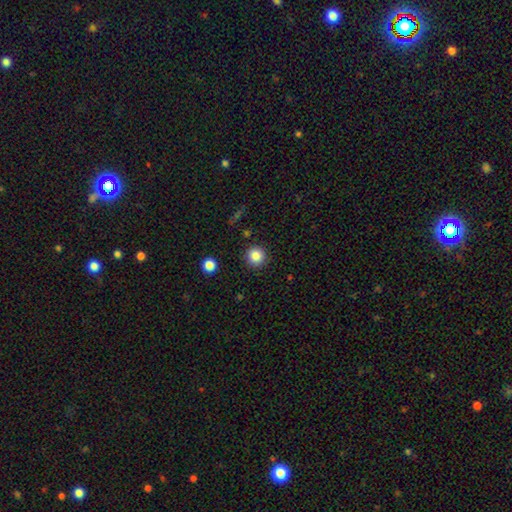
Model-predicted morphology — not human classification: smooth-or-featured: smooth: 85% | star or artifact: 10% | featured or disk: 5%
  how-rounded: round: 95% | in between: 4% | cigar-shaped: 1%
  merging: none: 90% | minor disturbance: 6% | major disturbance: 2% | merger: 2%